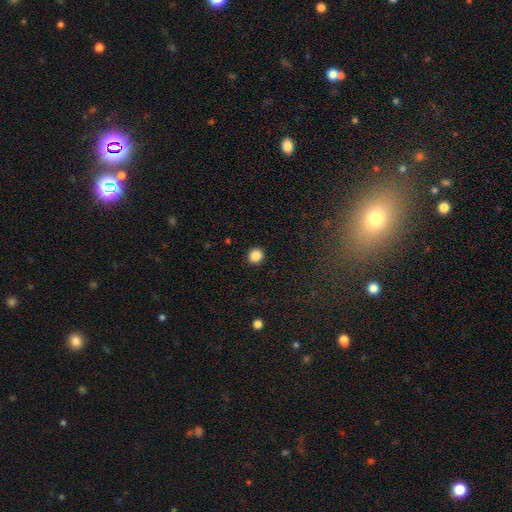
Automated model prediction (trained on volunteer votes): smooth_or_featured: smooth (p=0.87) [alt: star or artifact p=0.10]
how_rounded: round (p=0.90) [alt: in between p=0.09]
merging: none (p=0.93) [alt: minor disturbance p=0.05]